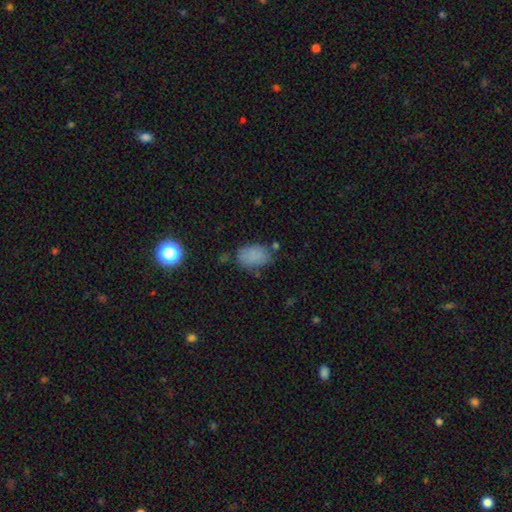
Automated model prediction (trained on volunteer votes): smooth_or_featured: smooth (p=0.83) [alt: star or artifact p=0.09]
how_rounded: in between (p=0.84) [alt: round p=0.15]
merging: none (p=0.66) [alt: minor disturbance p=0.21]